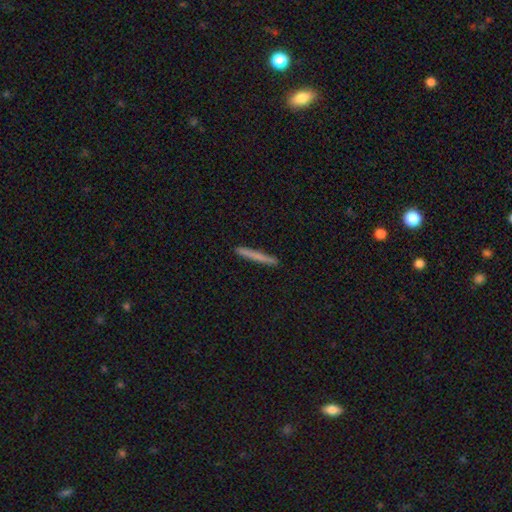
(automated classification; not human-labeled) smooth 70%, featured or disk 24%, star or artifact 6%. Down the decision tree: how rounded — cigar-shaped (97%); merging — none (92%).